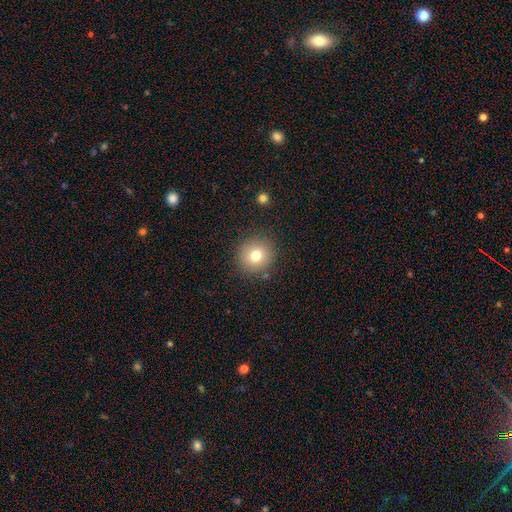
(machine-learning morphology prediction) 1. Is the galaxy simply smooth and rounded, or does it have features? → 75% smooth, 13% star or artifact, 12% featured or disk.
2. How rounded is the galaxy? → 93% round, 7% in between, 1% cigar-shaped.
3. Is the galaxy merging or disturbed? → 87% none, 8% minor disturbance, 3% major disturbance, 2% merger.